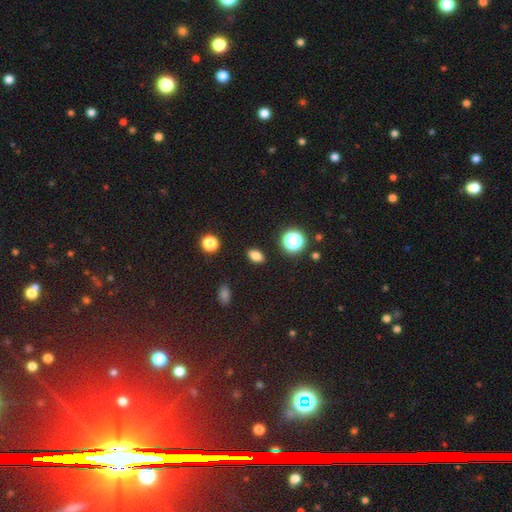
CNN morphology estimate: Smooth or featured?
  - smooth: 80% *
  - star or artifact: 14%
  - featured or disk: 6%
How rounded?
  - in between: 81% *
  - round: 16%
  - cigar-shaped: 3%
Merging?
  - none: 89% *
  - minor disturbance: 7%
  - major disturbance: 2%
  - merger: 2%